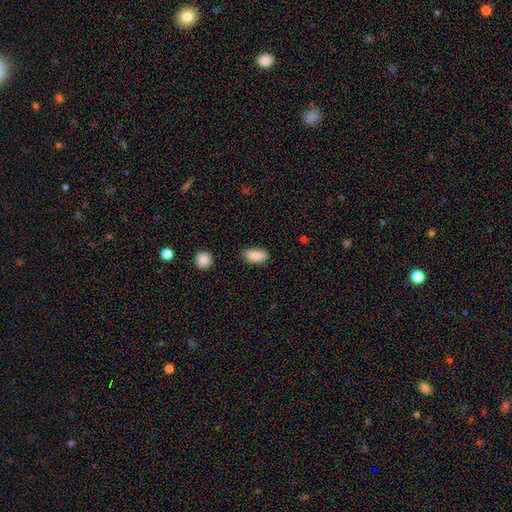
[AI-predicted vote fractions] Morphology: type=smooth (85%); roundness=in between (89%); merging=none (79%).